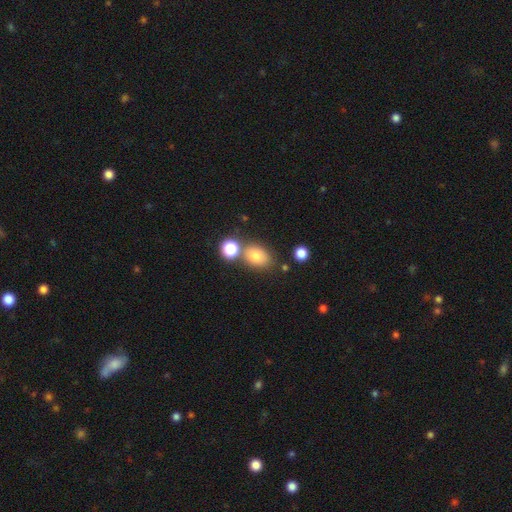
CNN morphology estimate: type=smooth (78%); roundness=in between (68%); merging=none (64%).